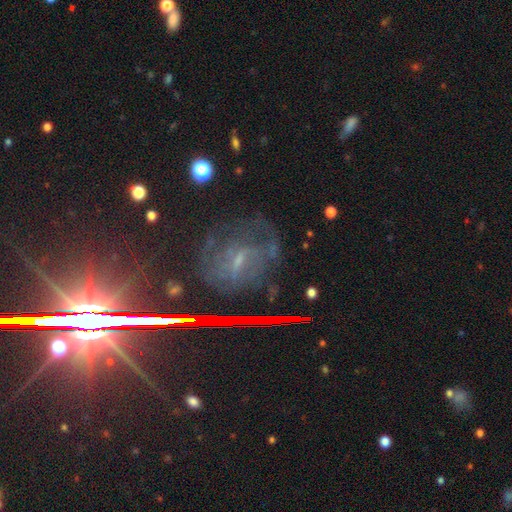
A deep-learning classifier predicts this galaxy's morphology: A featured or disk galaxy (56%) with a weak bar (42%), spiral arms (78%) and a small central bulge (66%). Merging: none (62%).